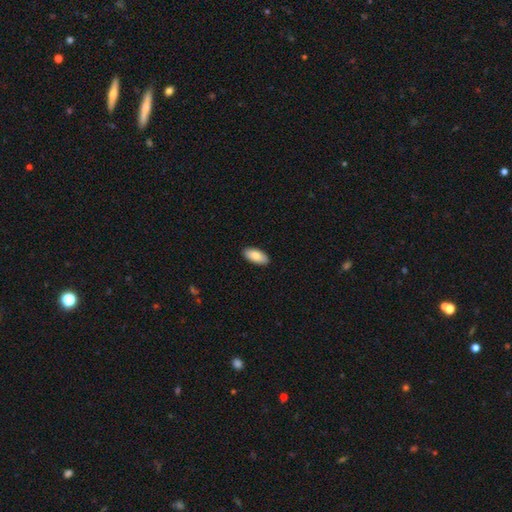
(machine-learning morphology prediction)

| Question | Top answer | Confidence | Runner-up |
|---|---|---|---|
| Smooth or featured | smooth | 86% | featured or disk (8%) |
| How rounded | in between | 93% | cigar-shaped (5%) |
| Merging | none | 90% | minor disturbance (7%) |